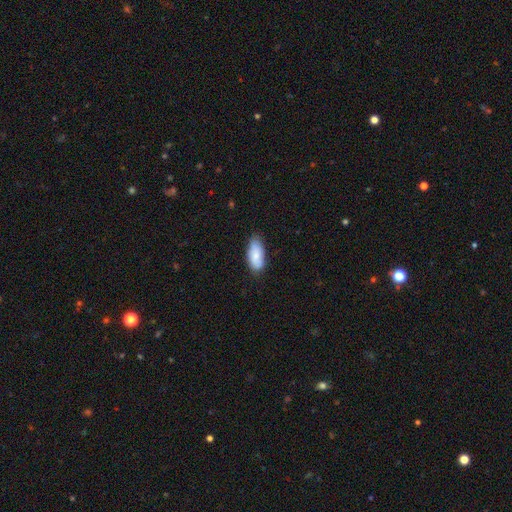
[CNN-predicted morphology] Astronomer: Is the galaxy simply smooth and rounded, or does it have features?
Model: smooth — 77%.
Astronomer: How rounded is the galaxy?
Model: in between — 90%.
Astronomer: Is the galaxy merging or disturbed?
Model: none — 74%.